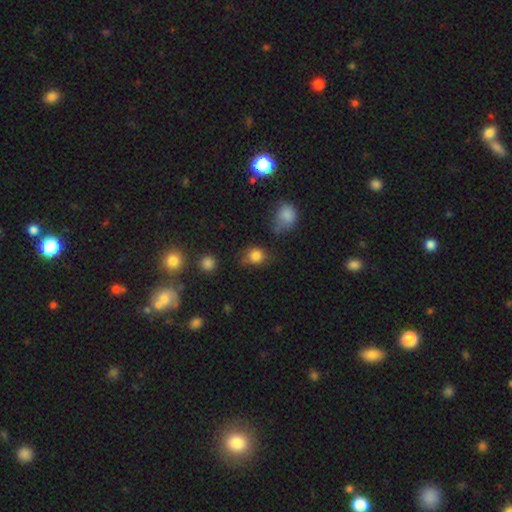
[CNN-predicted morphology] Q: Smooth or featured?
A: smooth (82%); runner-up: star or artifact (12%)
Q: How rounded?
A: round (70%); runner-up: in between (28%)
Q: Merging?
A: none (62%); runner-up: minor disturbance (23%)